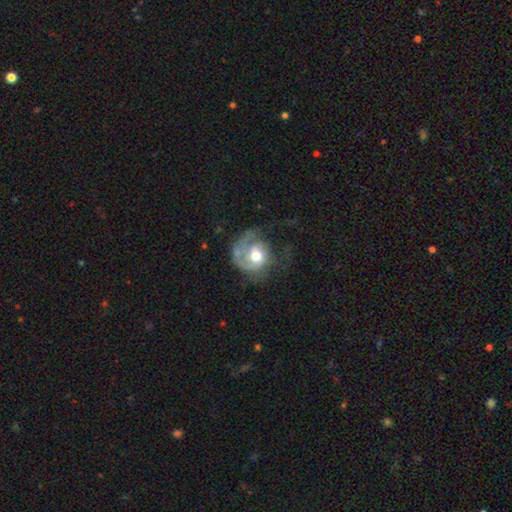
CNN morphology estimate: The model was most divided on "merging": none: 38%, major disturbance: 37%, minor disturbance: 21%, merger: 4%. Remaining: edge-on disk — no (97%); spiral arms — yes (79%); bar — no (75%); smooth or featured — featured or disk (68%); bulge size — moderate (64%); spiral arm count — 1 (60%); spiral winding — tight (41%).